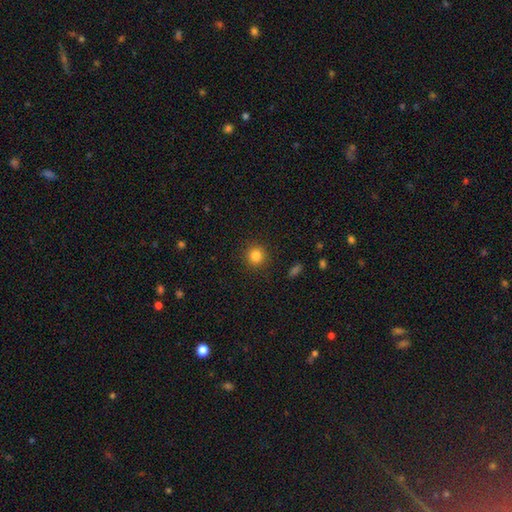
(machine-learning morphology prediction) Smooth or featured?
  - smooth: 84% *
  - star or artifact: 11%
  - featured or disk: 5%
How rounded?
  - round: 92% *
  - in between: 7%
  - cigar-shaped: 1%
Merging?
  - none: 90% *
  - minor disturbance: 6%
  - major disturbance: 2%
  - merger: 1%